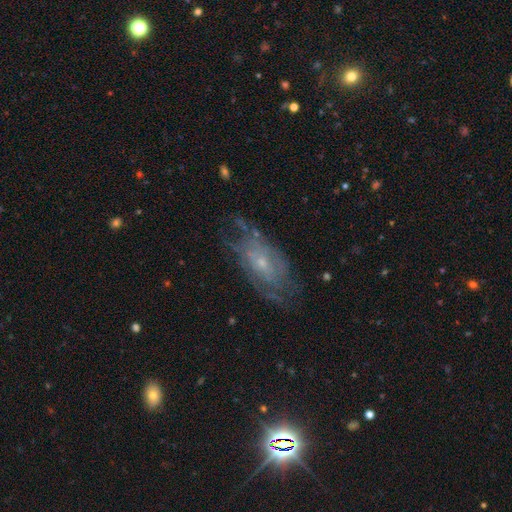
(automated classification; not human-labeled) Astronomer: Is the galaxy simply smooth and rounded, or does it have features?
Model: featured or disk — 64%.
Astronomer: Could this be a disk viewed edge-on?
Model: no — 90%.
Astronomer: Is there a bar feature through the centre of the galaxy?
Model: no — 66%.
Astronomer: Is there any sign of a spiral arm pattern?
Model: yes — 82%.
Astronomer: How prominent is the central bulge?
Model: small — 68%.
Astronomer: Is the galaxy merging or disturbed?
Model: none — 70%.